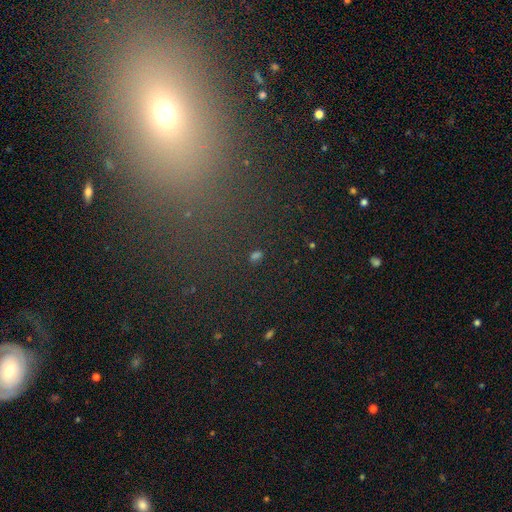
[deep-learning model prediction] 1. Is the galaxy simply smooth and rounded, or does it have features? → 59% star or artifact, 31% smooth, 11% featured or disk.